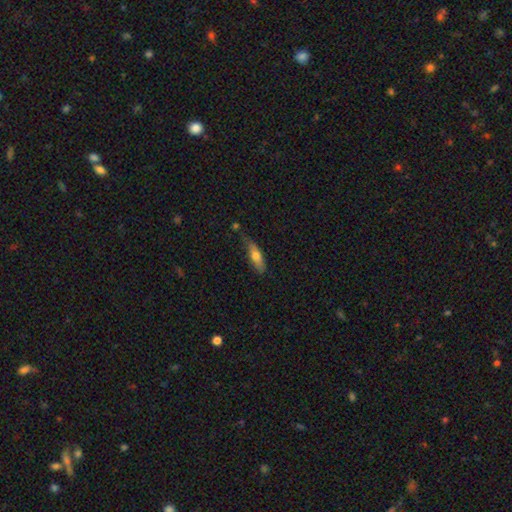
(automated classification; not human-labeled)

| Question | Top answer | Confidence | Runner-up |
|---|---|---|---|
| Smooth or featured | smooth | 66% | featured or disk (28%) |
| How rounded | cigar-shaped | 51% | in between (46%) |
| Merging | none | 61% | minor disturbance (29%) |